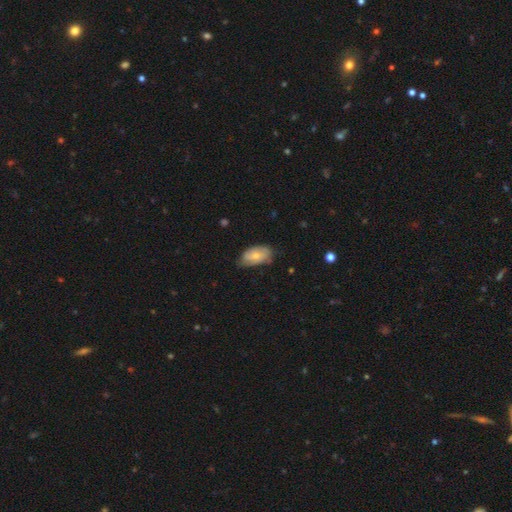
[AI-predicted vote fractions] smooth-or-featured: smooth: 63% | featured or disk: 30% | star or artifact: 6%
  how-rounded: in between: 92% | round: 5% | cigar-shaped: 2%
  merging: none: 58% | minor disturbance: 34% | major disturbance: 7% | merger: 1%